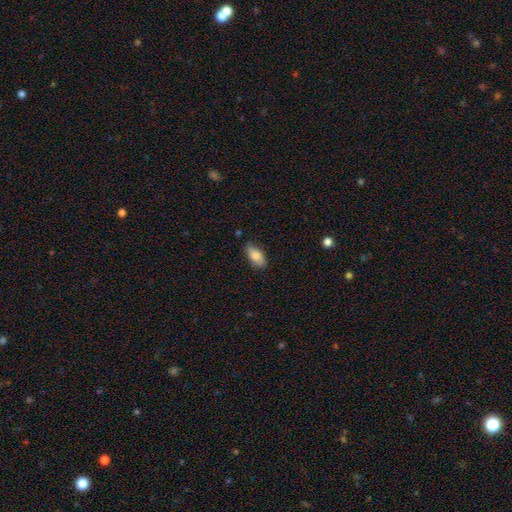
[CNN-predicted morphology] Overall: smooth (85%). How rounded: in between (90%). Merging: none (76%).